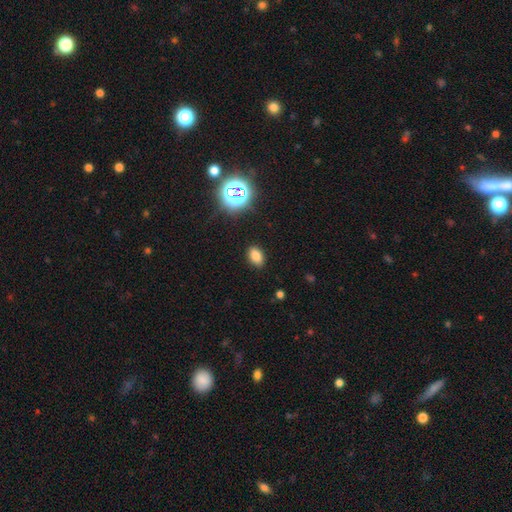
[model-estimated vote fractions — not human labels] Overall: smooth (78%). How rounded: in between (86%). Merging: none (88%).